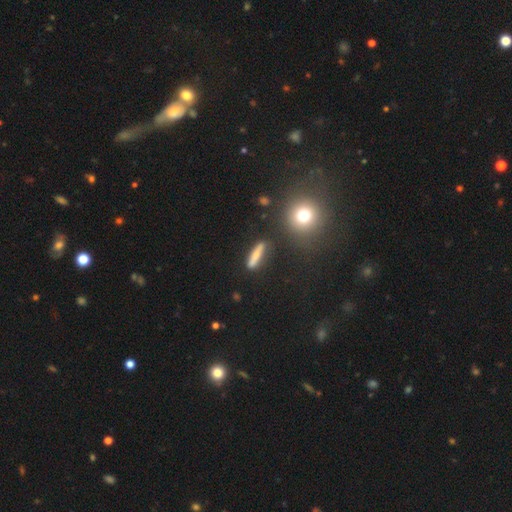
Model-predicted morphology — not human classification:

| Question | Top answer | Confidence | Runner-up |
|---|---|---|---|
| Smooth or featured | smooth | 71% | featured or disk (20%) |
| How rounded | cigar-shaped | 86% | in between (11%) |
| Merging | none | 81% | minor disturbance (12%) |